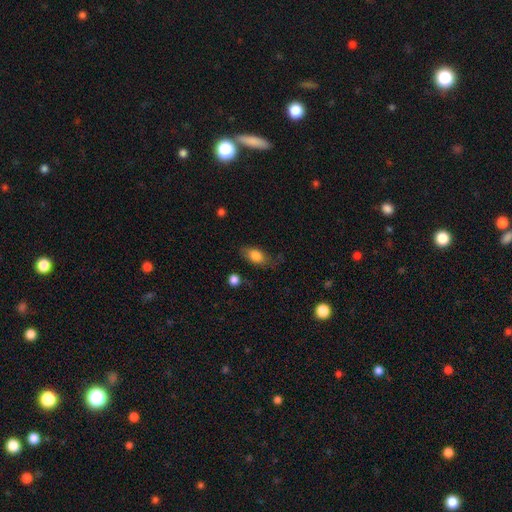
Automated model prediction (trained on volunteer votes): A smooth galaxy with no disk features (78%) that is in between round and cigar-shaped (85%). Merging: none (62%).